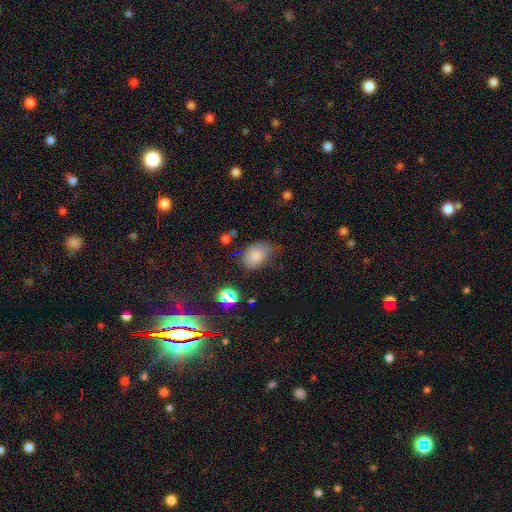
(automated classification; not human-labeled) Smooth or featured? smooth (77%)
How rounded? in between (77%)
Merging? none (47%)